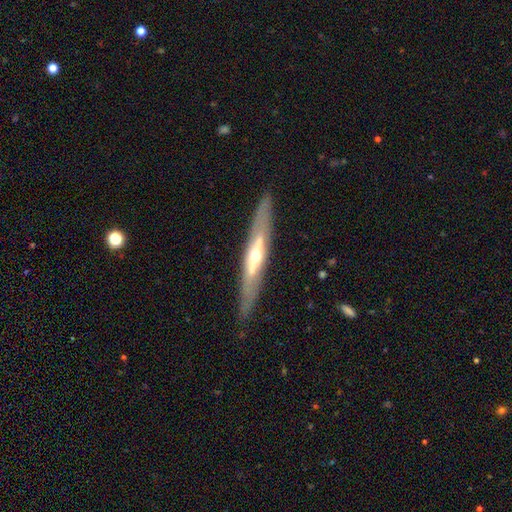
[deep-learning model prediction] Q: Smooth or featured?
A: featured or disk (68%); runner-up: smooth (26%)
Q: Edge-on disk?
A: yes (76%); runner-up: no (24%)
Q: Edge-on bulge?
A: rounded (81%); runner-up: none (15%)
Q: Merging?
A: none (86%); runner-up: minor disturbance (10%)